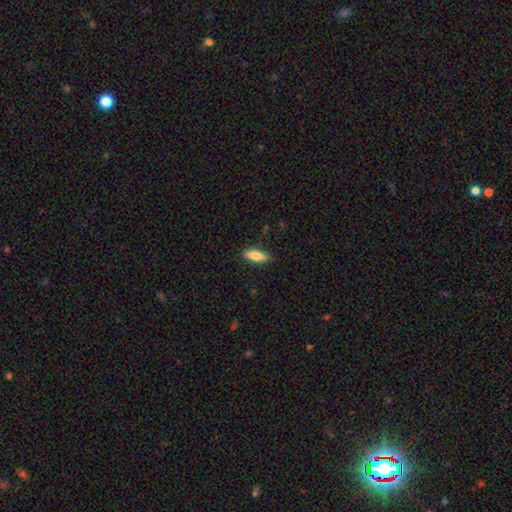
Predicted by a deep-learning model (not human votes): smooth 75%, featured or disk 18%, star or artifact 6%. Down the decision tree: how rounded — in between (60%); merging — none (87%).